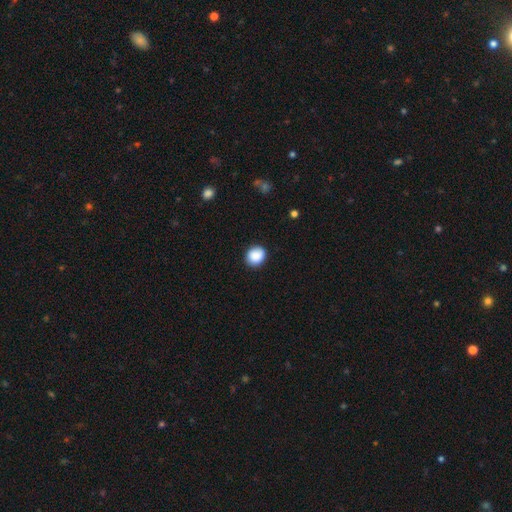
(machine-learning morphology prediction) A smooth galaxy with no disk features (89%) that is round (78%).

Vote fractions:
- Smooth or featured? smooth: 89% / star or artifact: 8% / featured or disk: 3%
- How rounded? round: 78% / in between: 21% / cigar-shaped: 1%
- Merging? none: 87% / minor disturbance: 10% / major disturbance: 2% / merger: 1%